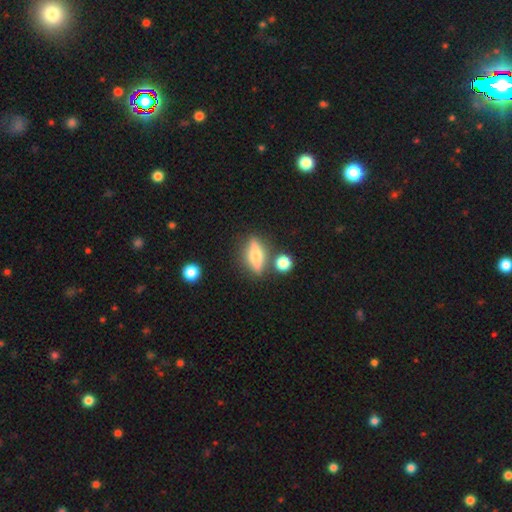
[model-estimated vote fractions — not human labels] A featured or disk galaxy (49%).

Vote fractions:
- Smooth or featured? featured or disk: 49% / smooth: 42% / star or artifact: 9%
- Merging? none: 78% / minor disturbance: 11% / merger: 7% / major disturbance: 4%